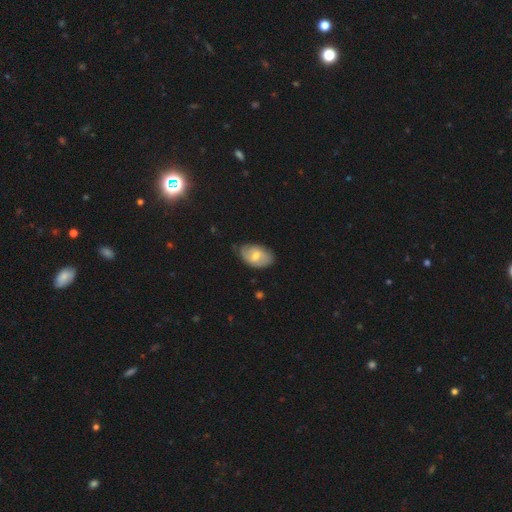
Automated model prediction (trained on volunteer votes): This is possibly a smooth galaxy (57%). How rounded: clearly in between (92%). Merging: likely none (64%).